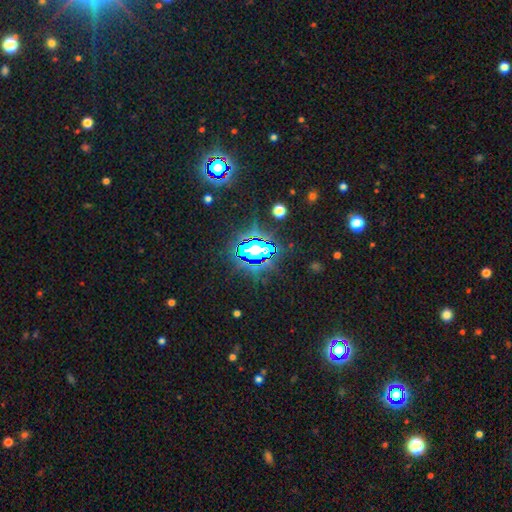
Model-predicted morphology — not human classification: A star or artifact, not a galaxy (71%).

Vote fractions:
- Smooth or featured? star or artifact: 71% / smooth: 18% / featured or disk: 11%